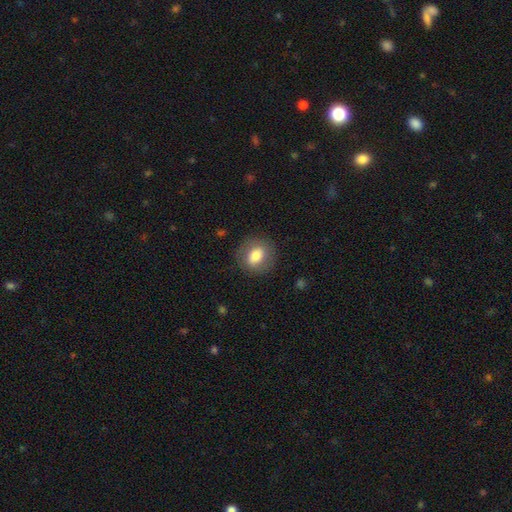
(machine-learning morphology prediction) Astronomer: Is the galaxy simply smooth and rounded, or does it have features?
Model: smooth — 73%.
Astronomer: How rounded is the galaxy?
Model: round — 65%.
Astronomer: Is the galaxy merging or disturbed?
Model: none — 84%.